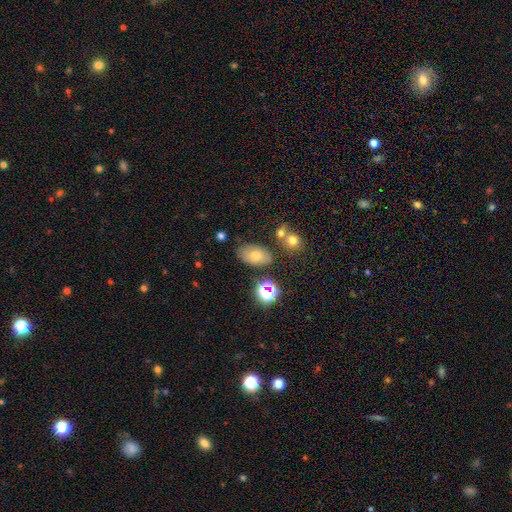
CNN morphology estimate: smooth_or_featured: smooth (p=0.63) [alt: featured or disk p=0.21]
how_rounded: in between (p=0.88) [alt: round p=0.10]
merging: none (p=0.72) [alt: minor disturbance p=0.14]